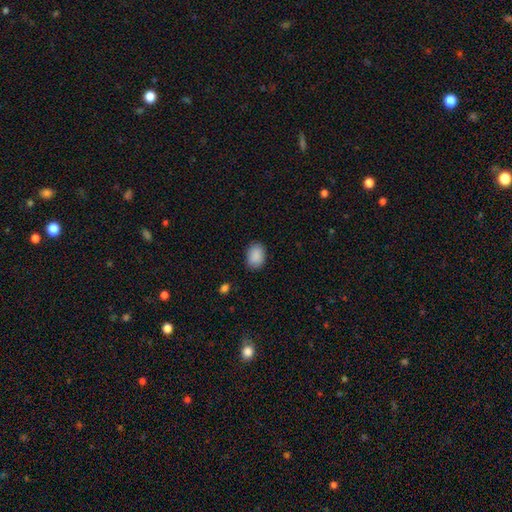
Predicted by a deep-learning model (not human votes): A smooth galaxy with no disk features (89%) that is in between round and cigar-shaped (76%). Merging: none (84%).